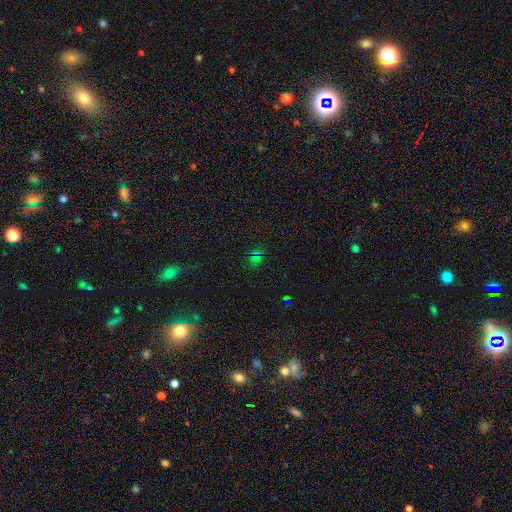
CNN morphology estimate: Smooth or featured: star or artifact — 55% (smooth — 35%)